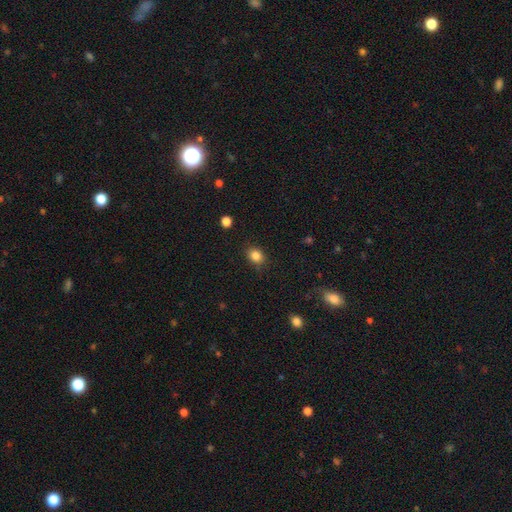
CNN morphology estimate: Smooth or featured? Predicted: smooth (p=0.85). How rounded? Predicted: in between (p=0.54). Merging? Predicted: none (p=0.84).